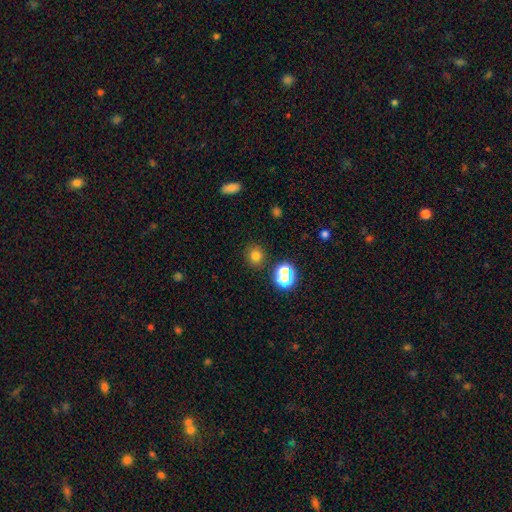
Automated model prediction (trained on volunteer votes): Smooth or featured: smooth — 74% (star or artifact — 20%)
How rounded: round — 86% (in between — 13%)
Merging: none — 87% (minor disturbance — 8%)